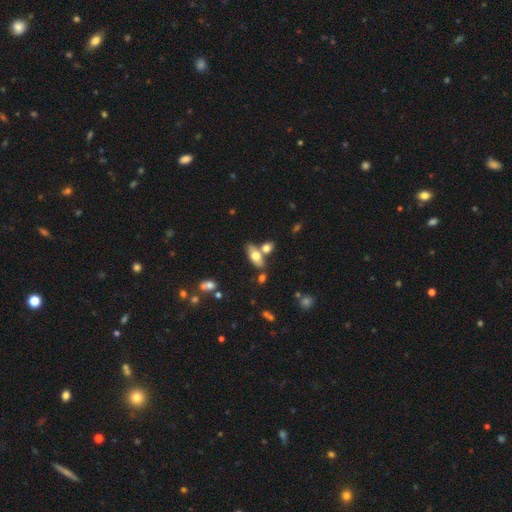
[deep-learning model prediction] smooth 67%, featured or disk 25%, star or artifact 8%. Down the decision tree: how rounded — in between (80%); merging — none (58%).